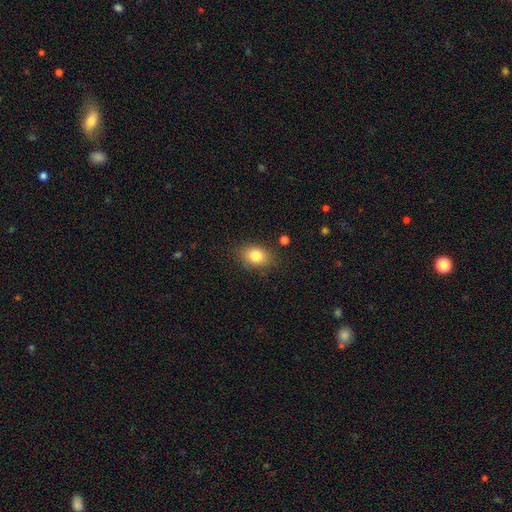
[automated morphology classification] Q: Smooth or featured?
A: smooth (82%); runner-up: star or artifact (9%)
Q: How rounded?
A: in between (74%); runner-up: round (24%)
Q: Merging?
A: none (81%); runner-up: minor disturbance (13%)